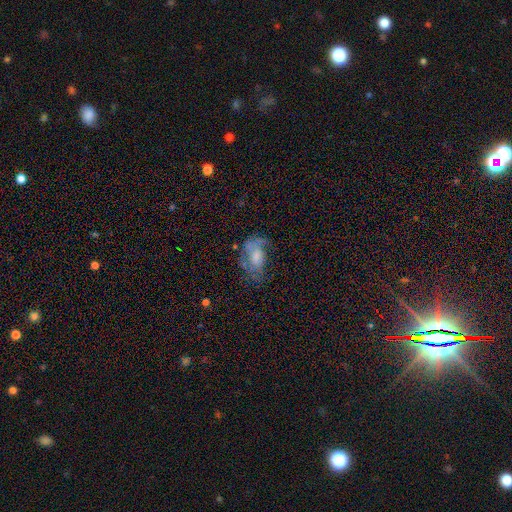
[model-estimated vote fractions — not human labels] smooth-or-featured: featured or disk: 49% | smooth: 41% | star or artifact: 10%
  merging: major disturbance: 35% (tied) | none: 35% (tied) | minor disturbance: 25% | merger: 5%